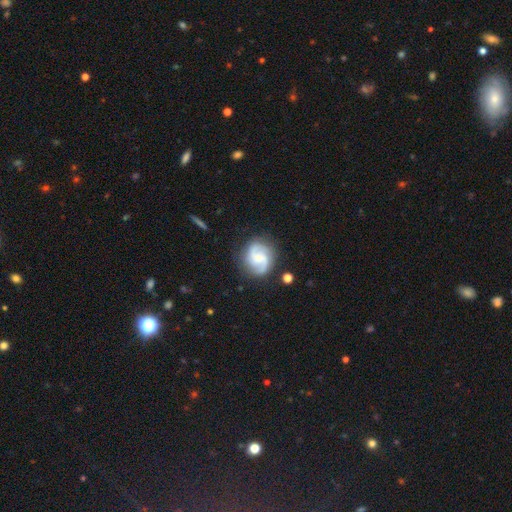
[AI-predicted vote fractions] This is likely a featured or disk galaxy (74%). It is clearly not viewed edge-on (98%). Bar: marginally no (44%, tied with weak). Spiral arm pattern: clearly yes (95%). Spiral arm count: clearly 2 (83%). Spiral winding: possibly medium (45%). Central bulge: marginally small (37%). Merging: likely none (80%).